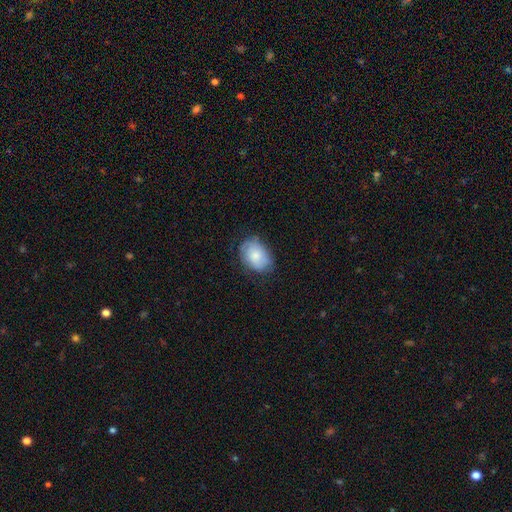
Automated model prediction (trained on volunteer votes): This is likely a smooth galaxy (71%). How rounded: likely in between (73%). Merging: likely none (69%).